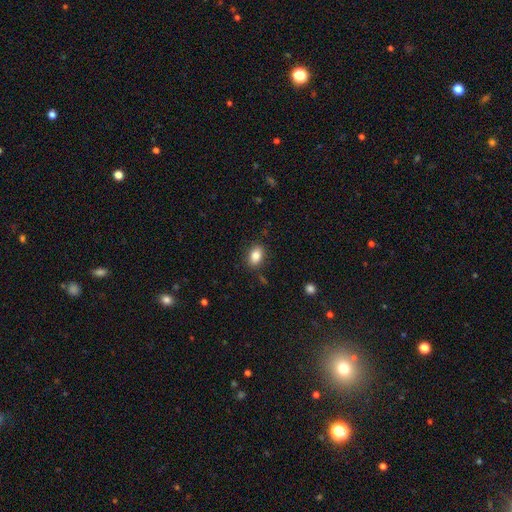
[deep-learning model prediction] This appears to be a smooth galaxy with no disk features (84%) that is in between round and cigar-shaped (80%). Merging: none (86%).